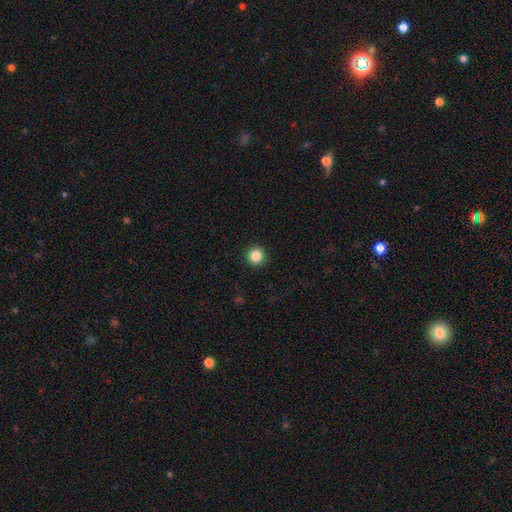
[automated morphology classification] A smooth galaxy with no disk features (86%) that is round (95%). Merging: none (93%).